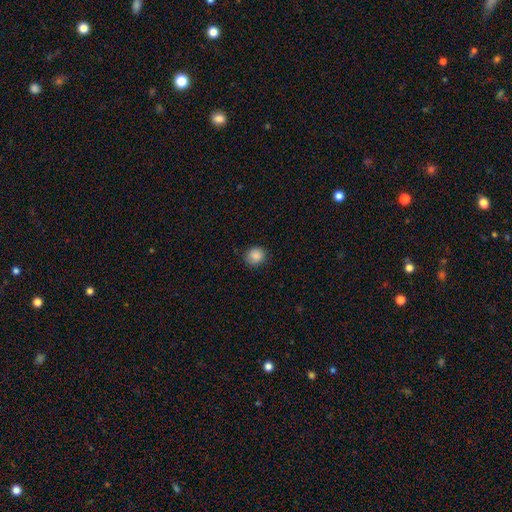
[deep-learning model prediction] Q: Smooth or featured?
A: smooth (87%); runner-up: star or artifact (9%)
Q: How rounded?
A: round (82%); runner-up: in between (17%)
Q: Merging?
A: none (84%); runner-up: minor disturbance (13%)